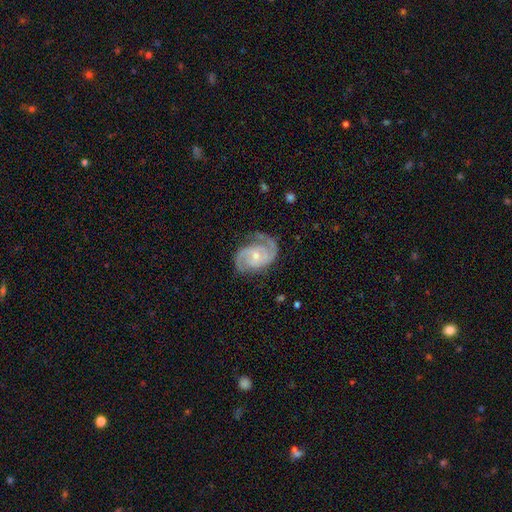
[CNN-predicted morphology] Smooth or featured? featured or disk (90%)
Edge-on disk? no (98%)
Bar? no (53%)
Spiral arms? yes (98%)
Spiral winding? medium (51%)
Spiral arm count? 2 (88%)
Bulge size? small (58%)
Merging? none (72%)